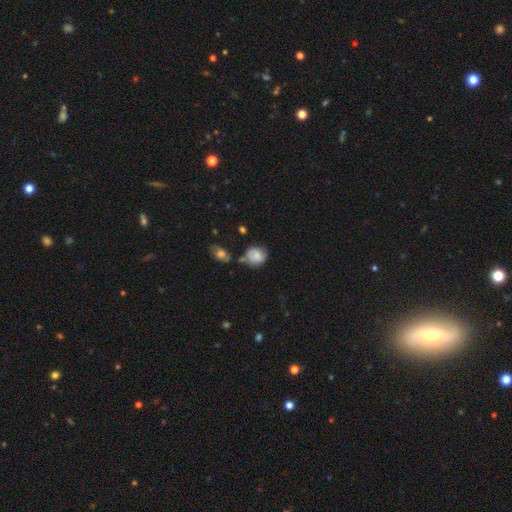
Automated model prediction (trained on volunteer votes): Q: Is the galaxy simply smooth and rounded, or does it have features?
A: smooth — 73%.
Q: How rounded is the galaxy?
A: round — 72%.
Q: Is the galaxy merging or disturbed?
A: none — 54%.